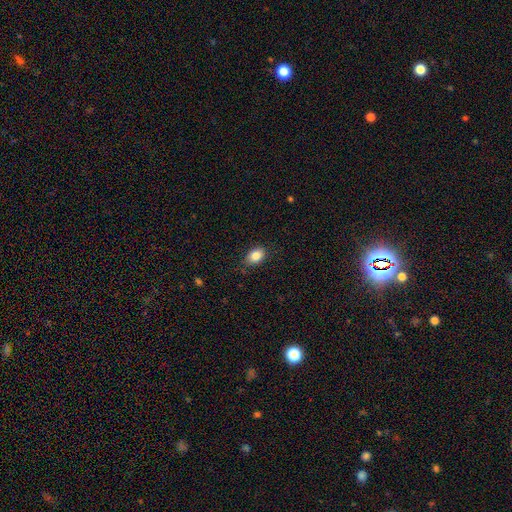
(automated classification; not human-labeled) A smooth galaxy with no disk features (85%) that is in between round and cigar-shaped (80%).

Vote fractions:
- Smooth or featured? smooth: 85% / star or artifact: 9% / featured or disk: 6%
- How rounded? in between: 80% / round: 19% / cigar-shaped: 1%
- Merging? none: 81% / minor disturbance: 15% / major disturbance: 3% / merger: 1%